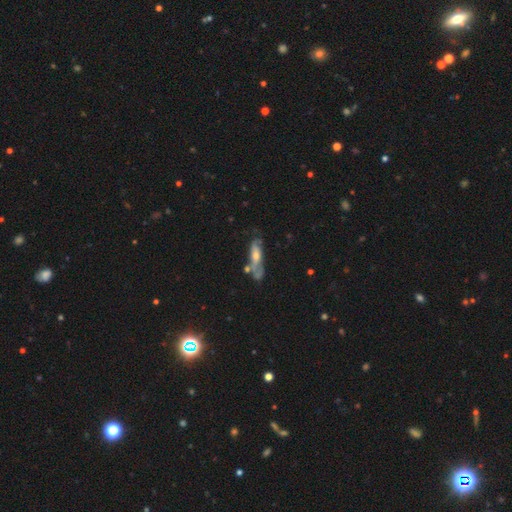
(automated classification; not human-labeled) Overall: featured or disk (61%; smooth 30%). Edge-on disk: no (68%; yes 32%). Merging: none (45%; minor disturbance 24%).